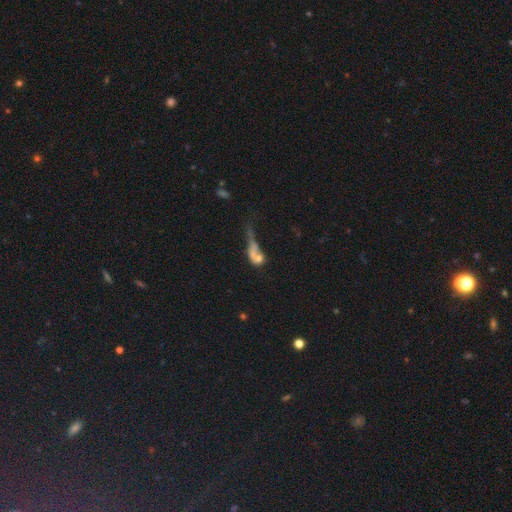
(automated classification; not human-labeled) Smooth or featured?
  - smooth: 55% *
  - featured or disk: 31%
  - star or artifact: 14%
How rounded?
  - in between: 48% *
  - round: 34%
  - cigar-shaped: 18%
Merging?
  - merger: 39% *
  - major disturbance: 33%
  - none: 17%
  - minor disturbance: 11%